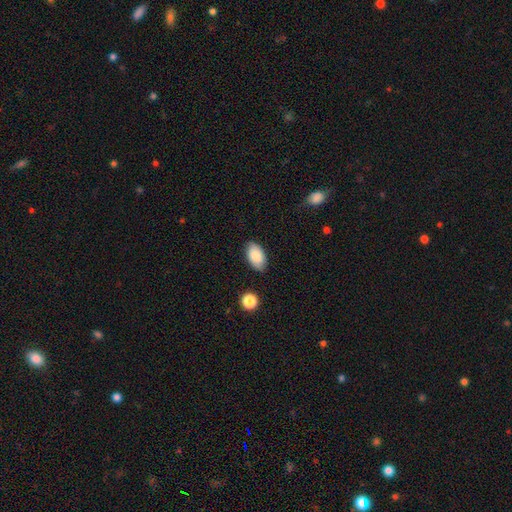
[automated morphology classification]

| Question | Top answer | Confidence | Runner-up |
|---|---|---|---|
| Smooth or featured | smooth | 85% | featured or disk (8%) |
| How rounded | in between | 94% | round (4%) |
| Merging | none | 83% | minor disturbance (13%) |